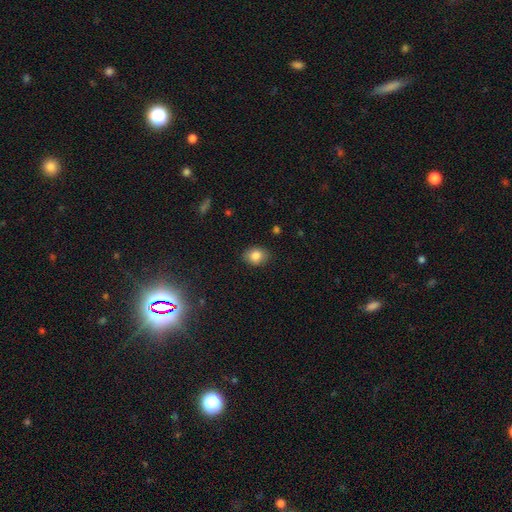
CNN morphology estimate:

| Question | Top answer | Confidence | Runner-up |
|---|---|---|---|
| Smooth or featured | smooth | 84% | star or artifact (9%) |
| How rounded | in between | 57% | round (42%) |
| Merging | none | 85% | minor disturbance (11%) |